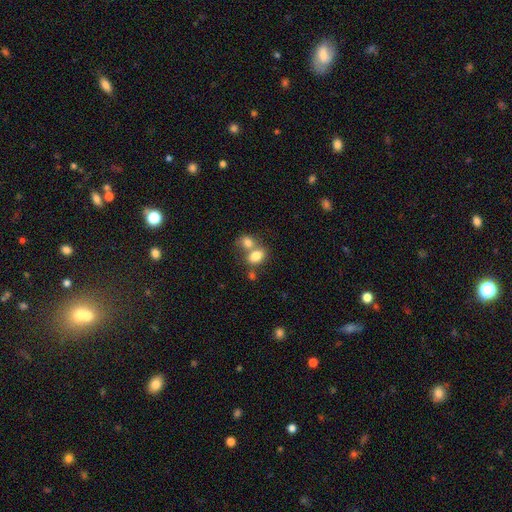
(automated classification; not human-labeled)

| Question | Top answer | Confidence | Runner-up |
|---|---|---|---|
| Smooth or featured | smooth | 79% | featured or disk (11%) |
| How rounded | in between | 67% | round (32%) |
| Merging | merger | 56% | none (32%) |